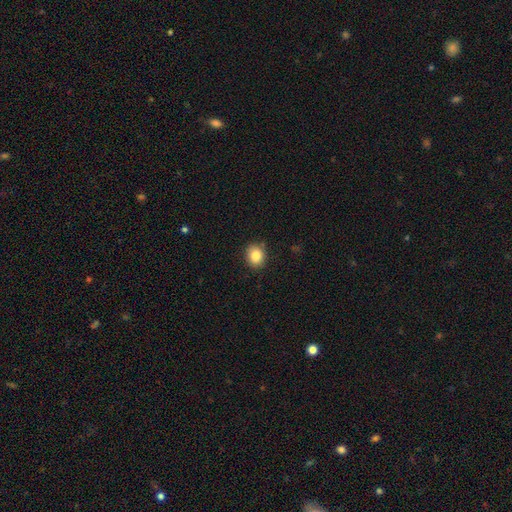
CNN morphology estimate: Smooth or featured? Predicted: smooth (p=0.84). How rounded? Predicted: round (p=0.69). Merging? Predicted: none (p=0.85).